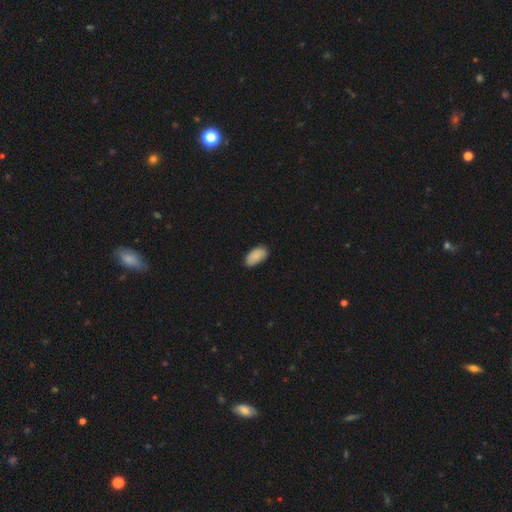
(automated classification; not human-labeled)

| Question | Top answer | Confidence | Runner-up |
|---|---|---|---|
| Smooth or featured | smooth | 88% | star or artifact (7%) |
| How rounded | in between | 95% | round (3%) |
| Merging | none | 82% | minor disturbance (15%) |